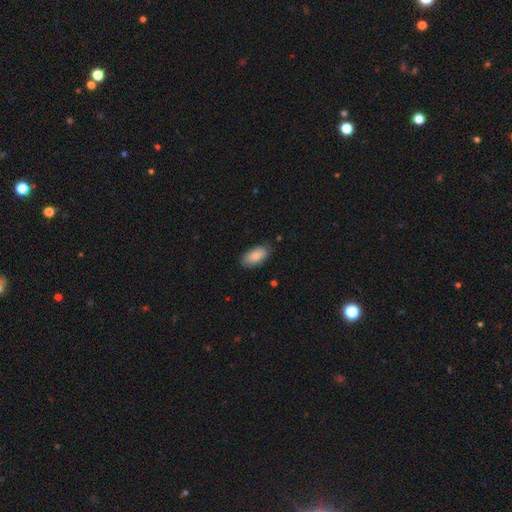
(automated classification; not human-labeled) A smooth galaxy with no disk features (85%) that is in between round and cigar-shaped (93%). Merging: none (81%).